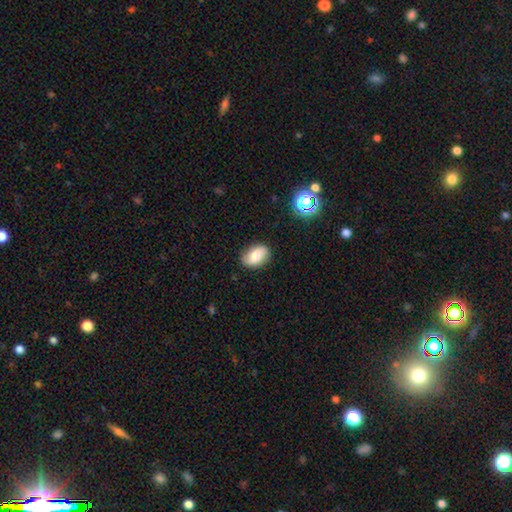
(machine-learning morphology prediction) Smooth or featured: smooth — 68% (featured or disk — 22%)
How rounded: in between — 84% (round — 15%)
Merging: none — 82% (minor disturbance — 13%)